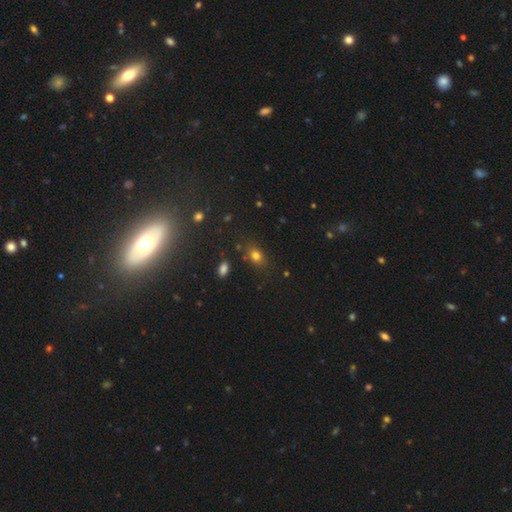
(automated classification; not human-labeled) Q: Smooth or featured?
A: smooth (76%); runner-up: star or artifact (16%)
Q: How rounded?
A: in between (68%); runner-up: round (29%)
Q: Merging?
A: none (78%); runner-up: minor disturbance (14%)